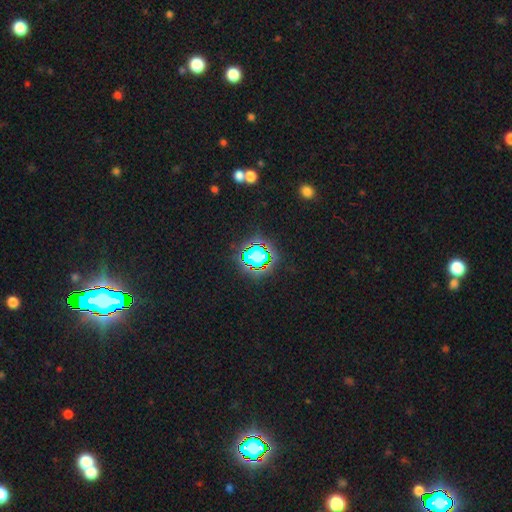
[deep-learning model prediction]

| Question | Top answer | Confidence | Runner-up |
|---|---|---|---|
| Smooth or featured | star or artifact | 62% | smooth (26%) |